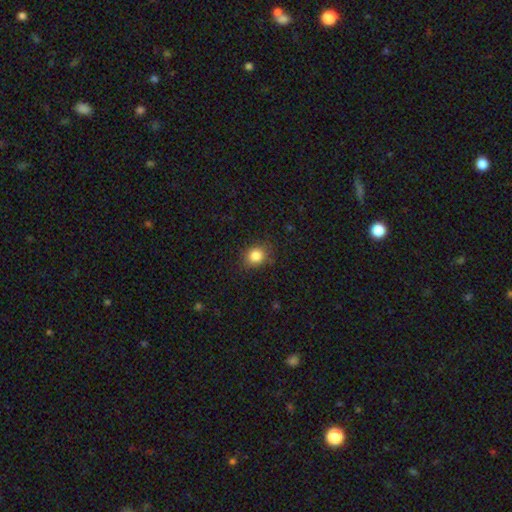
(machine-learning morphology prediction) Q: Smooth or featured?
A: smooth (85%); runner-up: star or artifact (11%)
Q: How rounded?
A: round (70%); runner-up: in between (29%)
Q: Merging?
A: none (83%); runner-up: minor disturbance (13%)